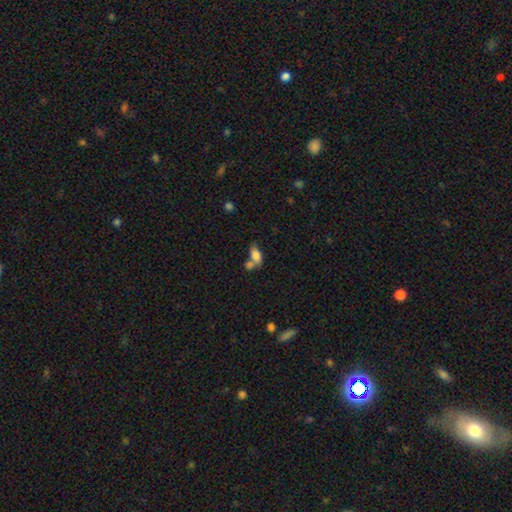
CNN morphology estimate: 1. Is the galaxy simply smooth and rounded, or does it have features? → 77% smooth, 14% featured or disk, 9% star or artifact.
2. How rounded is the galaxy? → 88% in between, 6% round, 5% cigar-shaped.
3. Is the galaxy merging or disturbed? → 51% merger, 30% none, 12% minor disturbance, 7% major disturbance.